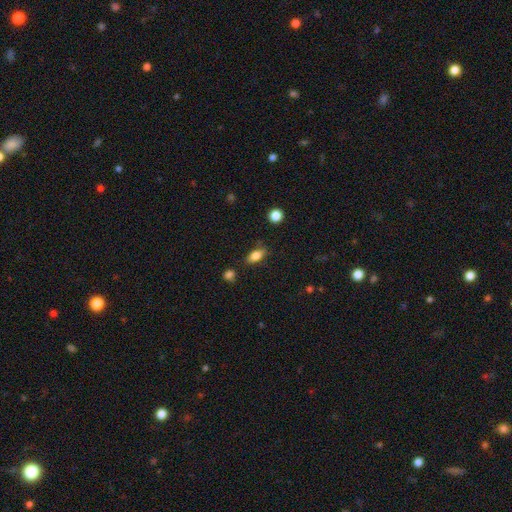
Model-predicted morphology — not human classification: Smooth or featured: smooth — 80% (featured or disk — 11%)
How rounded: in between — 85% (cigar-shaped — 11%)
Merging: none — 80% (minor disturbance — 14%)